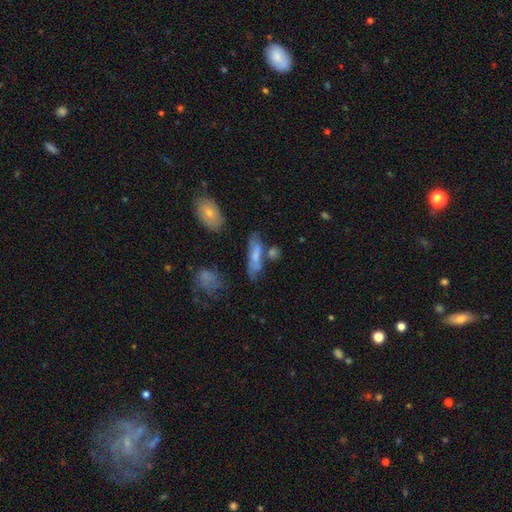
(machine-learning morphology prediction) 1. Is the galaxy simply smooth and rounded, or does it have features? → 58% smooth, 32% featured or disk, 10% star or artifact.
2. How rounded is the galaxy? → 52% in between, 43% cigar-shaped, 5% round.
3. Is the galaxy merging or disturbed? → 49% none, 20% minor disturbance, 20% merger, 11% major disturbance.